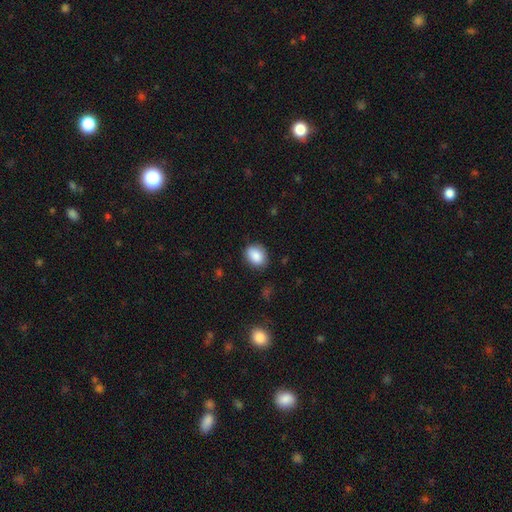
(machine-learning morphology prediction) A smooth galaxy with no disk features (88%) that is in between round and cigar-shaped (64%).

Vote fractions:
- Smooth or featured? smooth: 88% / star or artifact: 8% / featured or disk: 5%
- How rounded? in between: 64% / round: 35% / cigar-shaped: 1%
- Merging? none: 83% / minor disturbance: 13% / major disturbance: 3% / merger: 1%